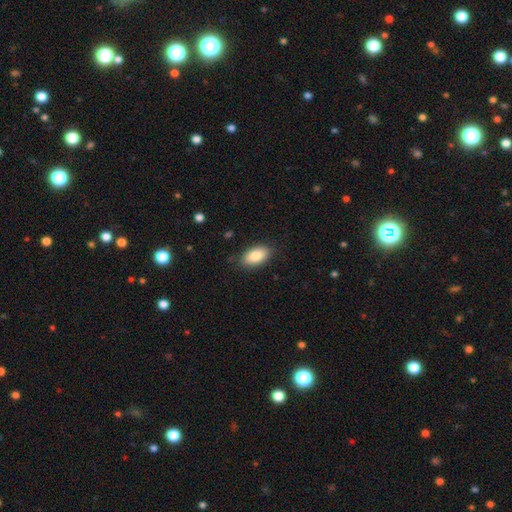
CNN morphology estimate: Smooth or featured? Predicted: smooth (p=0.84). How rounded? Predicted: in between (p=0.93). Merging? Predicted: none (p=0.84).